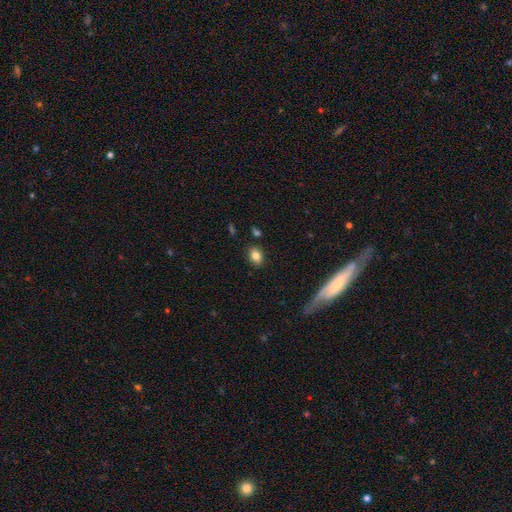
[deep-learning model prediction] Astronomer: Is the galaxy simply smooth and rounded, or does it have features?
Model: smooth — 81%.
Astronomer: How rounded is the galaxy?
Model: in between — 60% (runner-up: round, 38%).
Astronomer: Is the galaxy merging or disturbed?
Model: none — 85%.